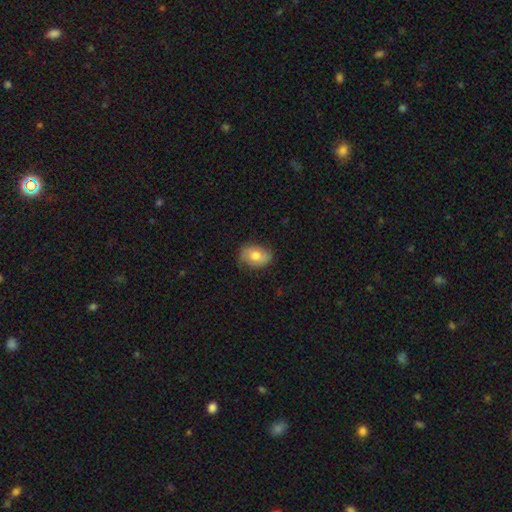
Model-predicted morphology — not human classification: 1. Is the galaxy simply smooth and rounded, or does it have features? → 67% smooth, 26% featured or disk, 7% star or artifact.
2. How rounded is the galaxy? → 74% in between, 24% round, 1% cigar-shaped.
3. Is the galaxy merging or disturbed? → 74% none, 21% minor disturbance, 5% major disturbance, 1% merger.